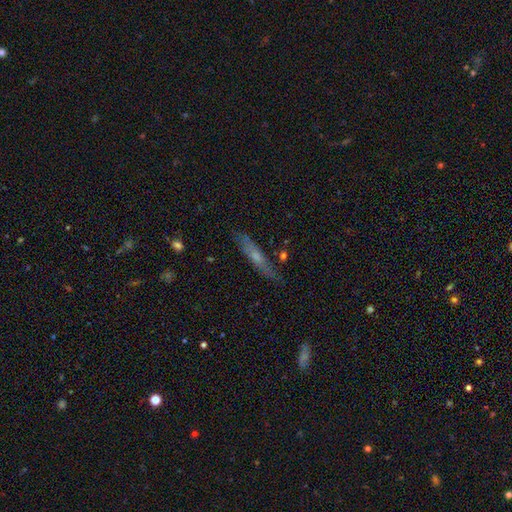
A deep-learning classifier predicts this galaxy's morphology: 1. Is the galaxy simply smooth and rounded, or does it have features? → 52% featured or disk, 40% smooth, 9% star or artifact.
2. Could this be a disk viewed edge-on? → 84% yes, 16% no.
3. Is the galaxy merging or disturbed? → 79% none, 15% minor disturbance, 3% major disturbance, 3% merger.